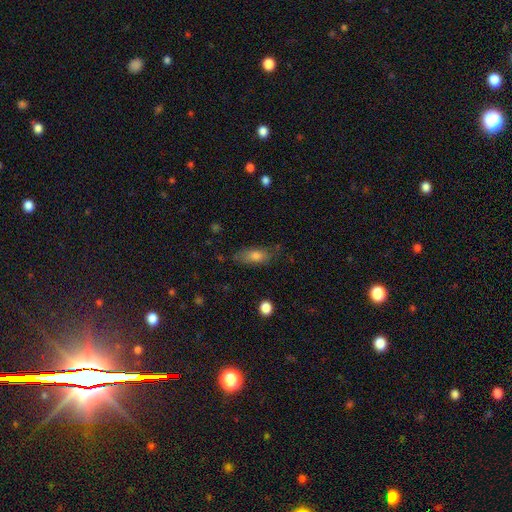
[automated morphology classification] A smooth galaxy with no disk features (74%) that is in between round and cigar-shaped (74%).

Vote fractions:
- Smooth or featured? smooth: 74% / featured or disk: 18% / star or artifact: 8%
- How rounded? in between: 74% / cigar-shaped: 22% / round: 4%
- Merging? none: 68% / minor disturbance: 23% / major disturbance: 7% / merger: 2%